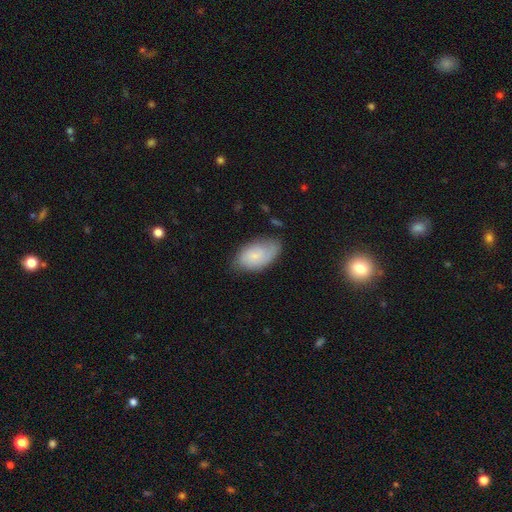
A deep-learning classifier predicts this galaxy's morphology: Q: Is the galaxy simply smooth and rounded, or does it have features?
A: smooth — 63%.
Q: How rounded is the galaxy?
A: in between — 93%.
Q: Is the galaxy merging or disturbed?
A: none — 61%.